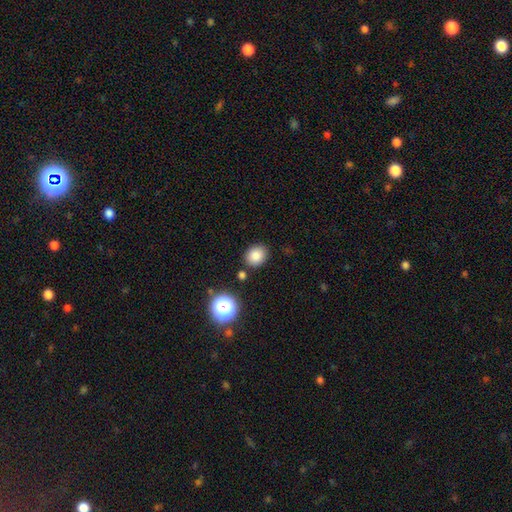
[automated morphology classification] smooth-or-featured: smooth: 83% | star or artifact: 11% | featured or disk: 5%
  how-rounded: round: 60% | in between: 39% | cigar-shaped: 1%
  merging: none: 82% | minor disturbance: 10% | merger: 5% | major disturbance: 3%